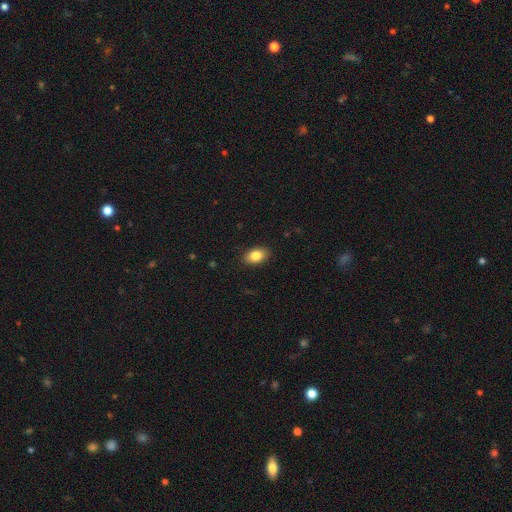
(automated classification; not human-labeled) smooth_or_featured: smooth (p=0.84) [alt: featured or disk p=0.08]
how_rounded: in between (p=0.89) [alt: round p=0.10]
merging: none (p=0.89) [alt: minor disturbance p=0.08]